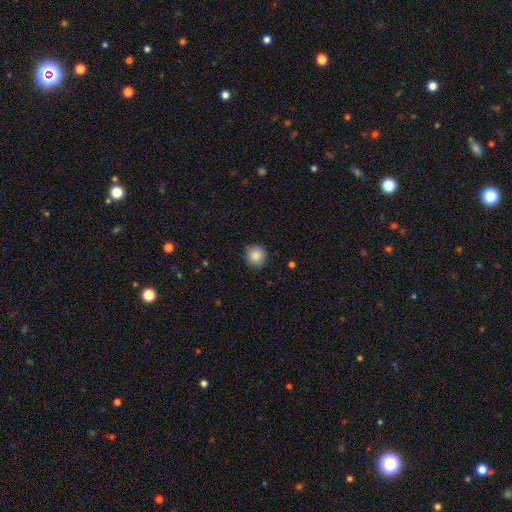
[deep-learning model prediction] A smooth galaxy with no disk features (87%) that is round (93%).

Vote fractions:
- Smooth or featured? smooth: 87% / star or artifact: 9% / featured or disk: 4%
- How rounded? round: 93% / in between: 6% / cigar-shaped: 1%
- Merging? none: 89% / minor disturbance: 8% / major disturbance: 2% / merger: 1%